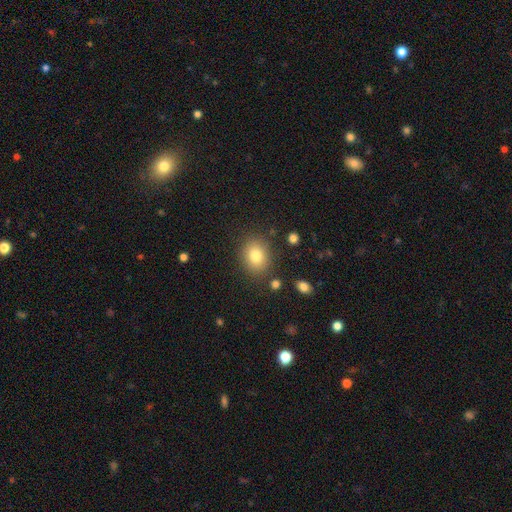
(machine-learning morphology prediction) Smooth or featured?
  - smooth: 81% *
  - star or artifact: 10%
  - featured or disk: 9%
How rounded?
  - round: 54% *
  - in between: 45%
  - cigar-shaped: 1%
Merging?
  - none: 84% *
  - minor disturbance: 10%
  - major disturbance: 3%
  - merger: 3%